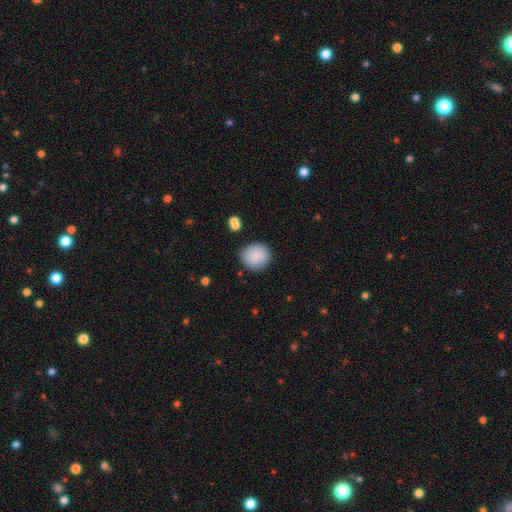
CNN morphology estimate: smooth 88%, star or artifact 7%, featured or disk 5%. Down the decision tree: how rounded — round (88%); merging — none (85%).